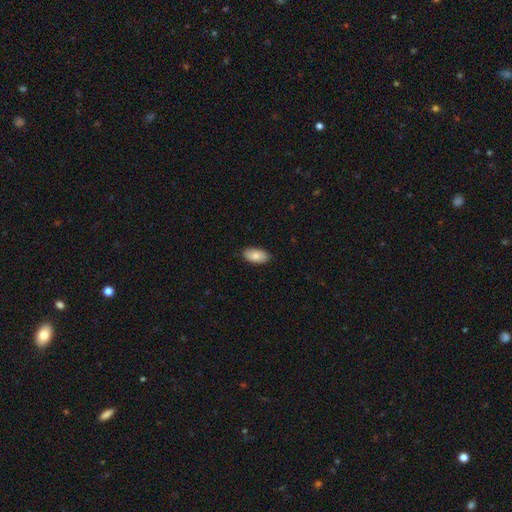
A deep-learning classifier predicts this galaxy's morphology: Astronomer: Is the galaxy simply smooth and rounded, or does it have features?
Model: smooth — 83%.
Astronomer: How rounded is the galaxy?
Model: in between — 95%.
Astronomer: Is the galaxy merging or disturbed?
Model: none — 88%.